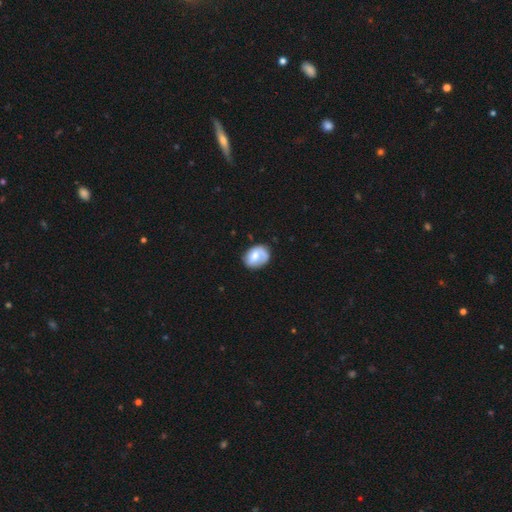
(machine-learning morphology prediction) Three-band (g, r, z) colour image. It shows a smooth galaxy with no disk features (59%) that is in between round and cigar-shaped (62%). Merging: none (62%).